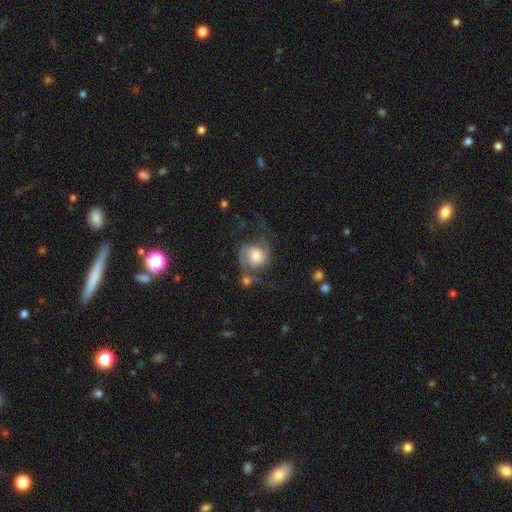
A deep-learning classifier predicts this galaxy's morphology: Smooth or featured?
  - featured or disk: 72% *
  - smooth: 21%
  - star or artifact: 7%
Edge-on disk?
  - no: 98% *
  - yes: 2%
Bar?
  - no: 69% *
  - weak: 26%
  - strong: 4%
Spiral arms?
  - yes: 94% *
  - no: 6%
Spiral winding?
  - medium: 43% *
  - loose: 40%
  - tight: 17%
Spiral arm count?
  - 2: 86% *
  - 1: 4%
  - can't tell: 4%
  - 3: 3%
  - 4: 1%
  - more than 4: 1%
Bulge size?
  - large: 42% *
  - moderate: 33%
  - small: 10%
  - dominant: 9%
  - none: 6%
Merging?
  - none: 51% *
  - major disturbance: 21%
  - minor disturbance: 20%
  - merger: 9%